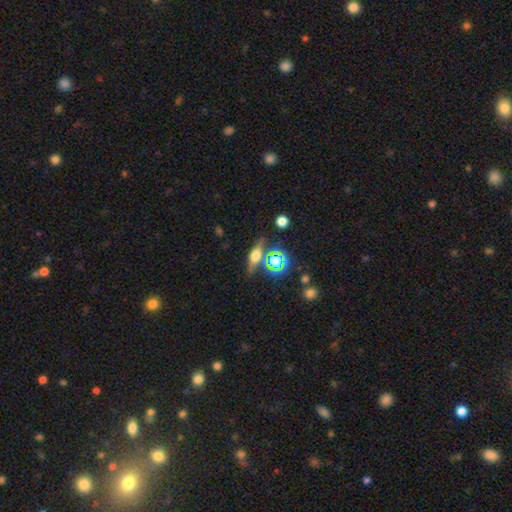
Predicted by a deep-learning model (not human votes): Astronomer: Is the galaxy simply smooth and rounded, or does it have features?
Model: featured or disk — 43% (runner-up: smooth, 36%).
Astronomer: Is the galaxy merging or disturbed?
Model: none — 75%.